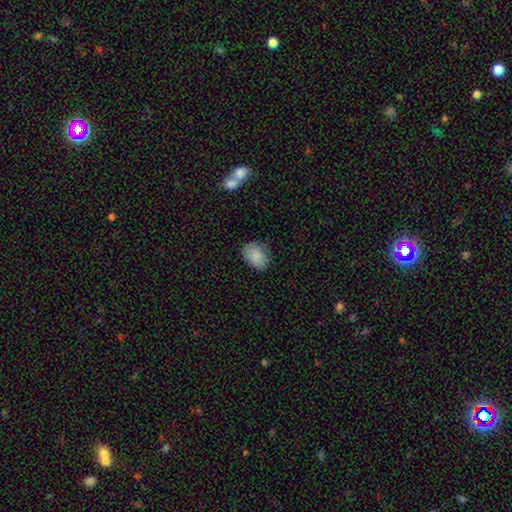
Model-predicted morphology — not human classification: smooth-or-featured: smooth: 86% | star or artifact: 8% | featured or disk: 7%
  how-rounded: in between: 72% | round: 27% | cigar-shaped: 1%
  merging: none: 76% | minor disturbance: 19% | major disturbance: 4% | merger: 1%